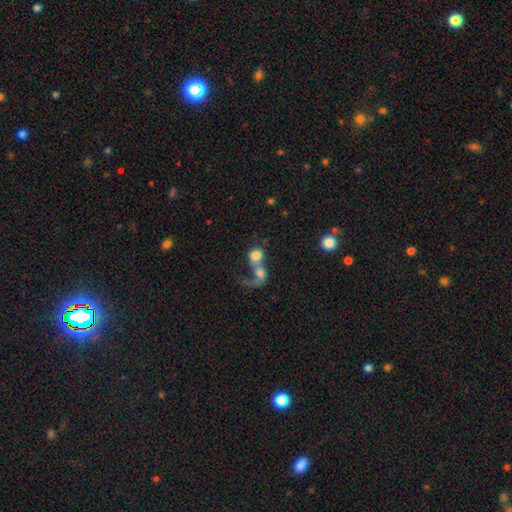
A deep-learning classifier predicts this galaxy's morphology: A smooth galaxy with no disk features (64%) that is round (61%). Merging: merger (75%).